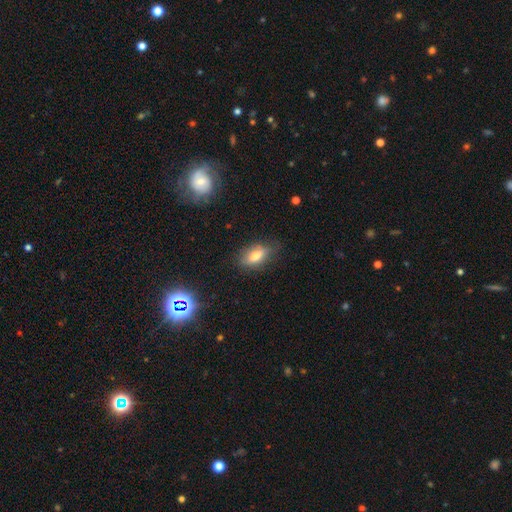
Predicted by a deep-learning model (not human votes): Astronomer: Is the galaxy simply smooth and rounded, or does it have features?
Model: smooth — 70%.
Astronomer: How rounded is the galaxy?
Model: in between — 82%.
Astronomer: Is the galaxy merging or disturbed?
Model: none — 73%.